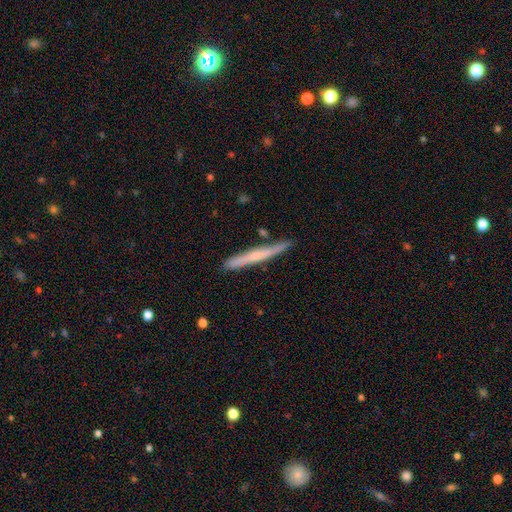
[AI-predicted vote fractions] Morphology: type=smooth (49%); merging=none (85%).